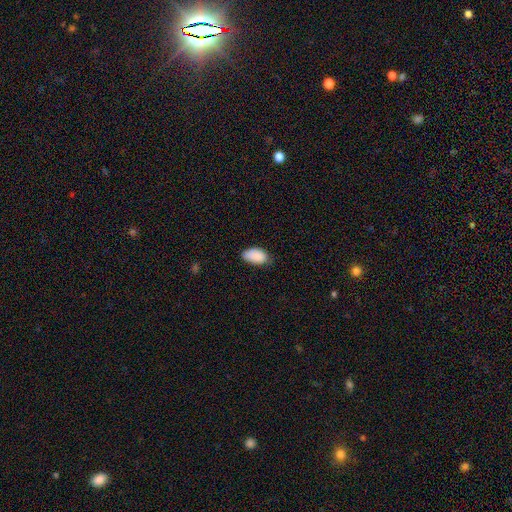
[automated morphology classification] Smooth or featured?
  - smooth: 89% *
  - star or artifact: 7%
  - featured or disk: 4%
How rounded?
  - in between: 95% *
  - round: 4%
  - cigar-shaped: 2%
Merging?
  - none: 69% *
  - minor disturbance: 26%
  - major disturbance: 4%
  - merger: 1%